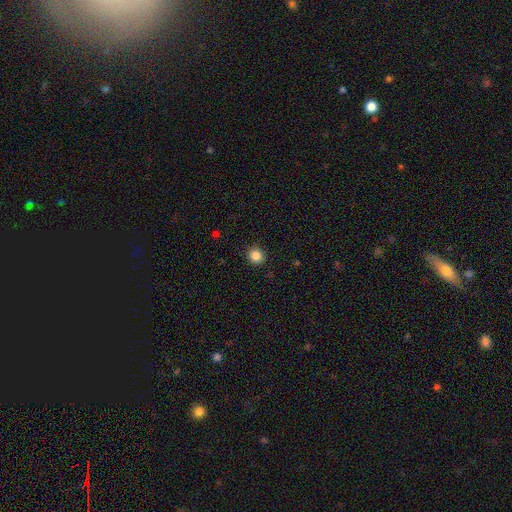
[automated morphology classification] Smooth or featured: smooth — 86% (star or artifact — 11%)
How rounded: round — 90% (in between — 9%)
Merging: none — 92% (minor disturbance — 6%)